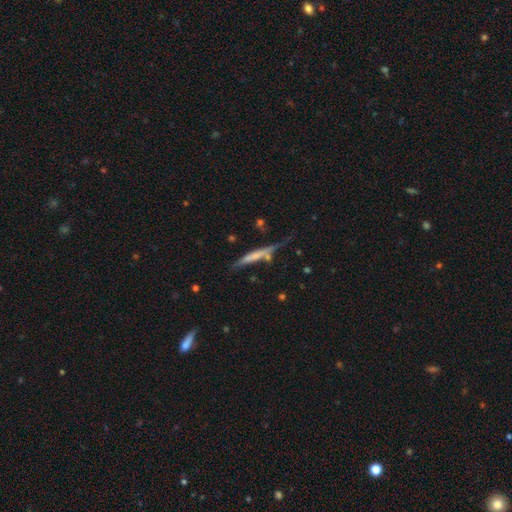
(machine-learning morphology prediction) The model was most divided on "smooth or featured": smooth: 48%, featured or disk: 45%, star or artifact: 7%. More confident: merging — none (57%).